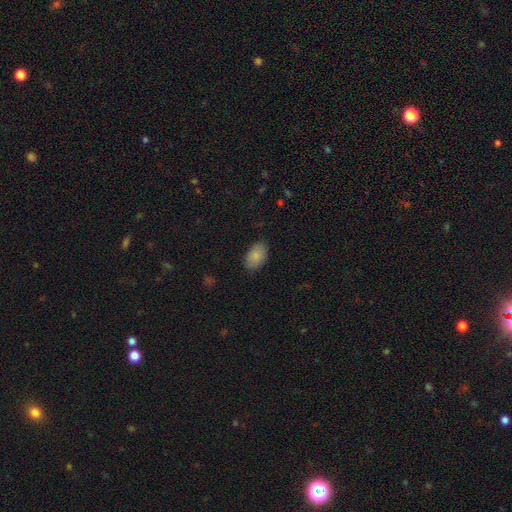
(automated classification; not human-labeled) This is clearly a smooth galaxy (86%). How rounded: clearly in between (91%). Merging: clearly none (82%).